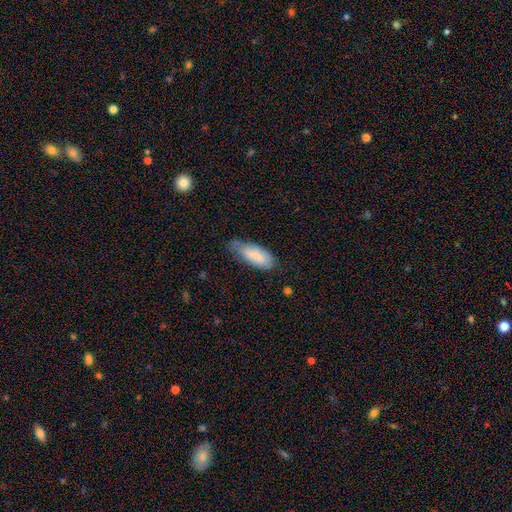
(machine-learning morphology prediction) smooth-or-featured: smooth: 81% | featured or disk: 13% | star or artifact: 6%
  how-rounded: in between: 80% | cigar-shaped: 19% | round: 2%
  merging: none: 45% | minor disturbance: 42% | major disturbance: 11% | merger: 2%